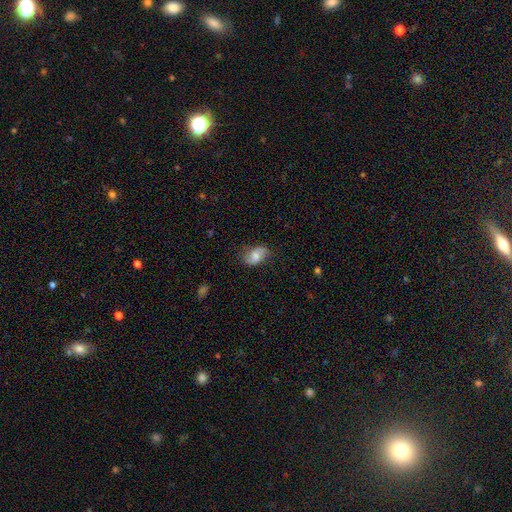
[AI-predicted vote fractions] A smooth galaxy with no disk features (70%) that is in between round and cigar-shaped (89%). Merging: none (72%).